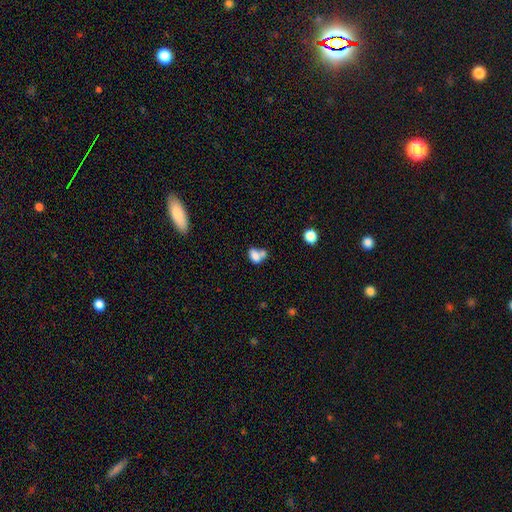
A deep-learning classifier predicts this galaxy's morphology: Smooth or featured?
  - smooth: 76% *
  - featured or disk: 14%
  - star or artifact: 10%
How rounded?
  - in between: 74% *
  - round: 24%
  - cigar-shaped: 2%
Merging?
  - merger: 55% *
  - none: 27%
  - minor disturbance: 12%
  - major disturbance: 7%